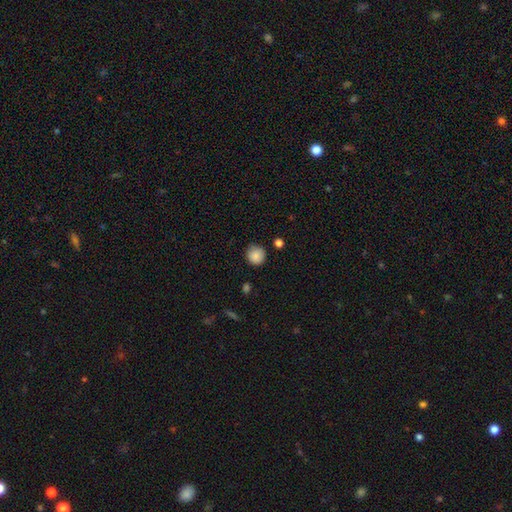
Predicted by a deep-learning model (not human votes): smooth_or_featured: smooth (p=0.87) [alt: star or artifact p=0.09]
how_rounded: round (p=0.93) [alt: in between p=0.06]
merging: none (p=0.83) [alt: minor disturbance p=0.13]